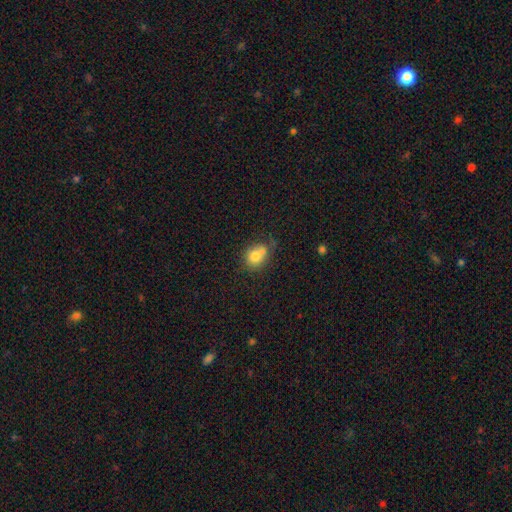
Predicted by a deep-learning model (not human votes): Q: Smooth or featured?
A: smooth (76%); runner-up: featured or disk (14%)
Q: How rounded?
A: round (64%); runner-up: in between (35%)
Q: Merging?
A: none (41%); runner-up: merger (38%)